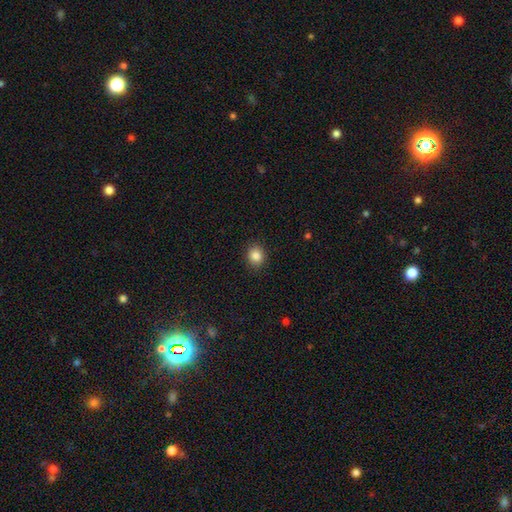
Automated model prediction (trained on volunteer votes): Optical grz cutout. It shows a smooth galaxy with no disk features (86%) that is round (75%). Merging: none (90%).